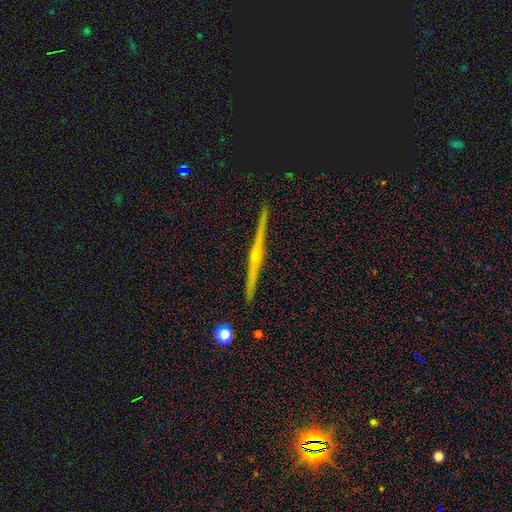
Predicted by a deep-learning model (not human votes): Q: Smooth or featured?
A: featured or disk (83%); runner-up: star or artifact (9%)
Q: Edge-on disk?
A: yes (98%); runner-up: no (2%)
Q: Edge-on bulge?
A: rounded (85%); runner-up: none (10%)
Q: Merging?
A: none (93%); runner-up: minor disturbance (5%)